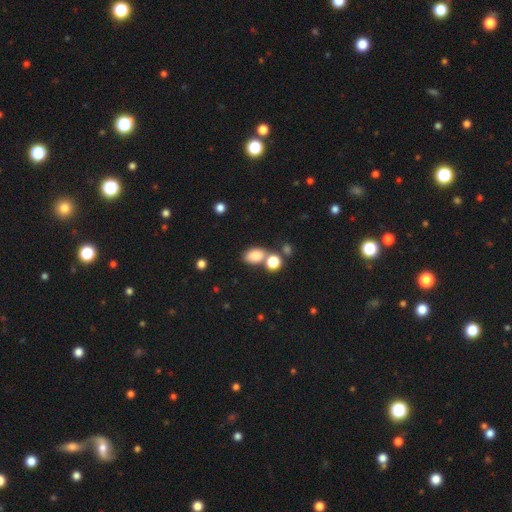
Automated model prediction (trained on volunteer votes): This appears to be a smooth galaxy with no disk features (82%) that is in between round and cigar-shaped (79%). Merging: none (57%).